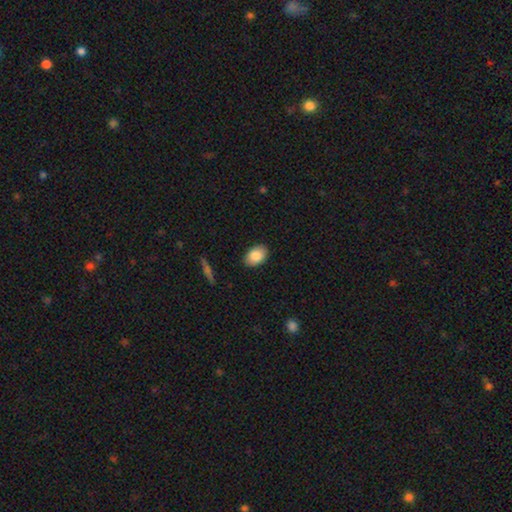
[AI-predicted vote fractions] Overall: smooth (85%). How rounded: in between (85%). Merging: none (88%).